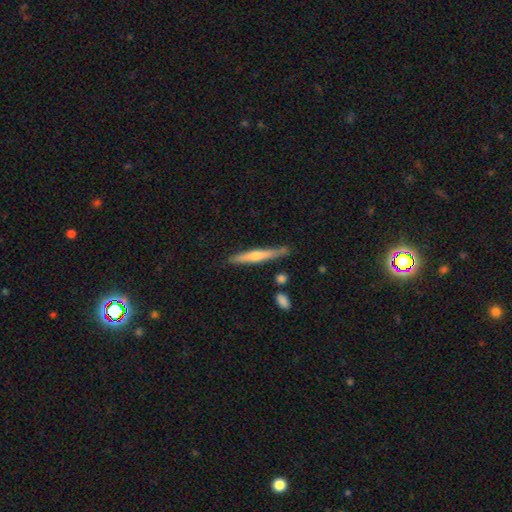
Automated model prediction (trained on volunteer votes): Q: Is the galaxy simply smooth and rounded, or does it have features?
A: featured or disk — 58%.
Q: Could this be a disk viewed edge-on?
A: yes — 96%.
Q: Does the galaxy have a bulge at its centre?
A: rounded — 79%.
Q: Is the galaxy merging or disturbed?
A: none — 84%.